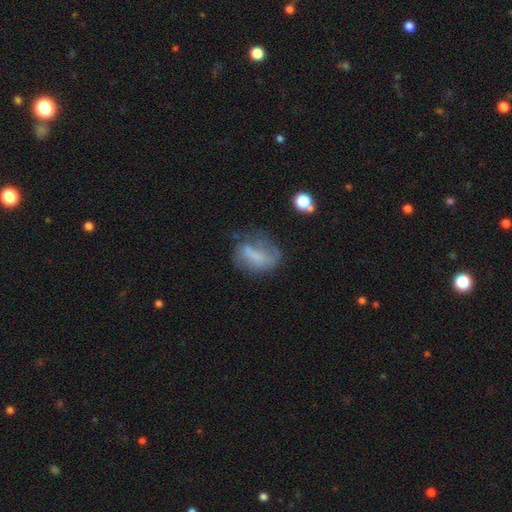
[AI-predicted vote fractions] smooth 50%, featured or disk 38%, star or artifact 12%. Down the decision tree: how rounded — in between (73%); merging — none (38%).